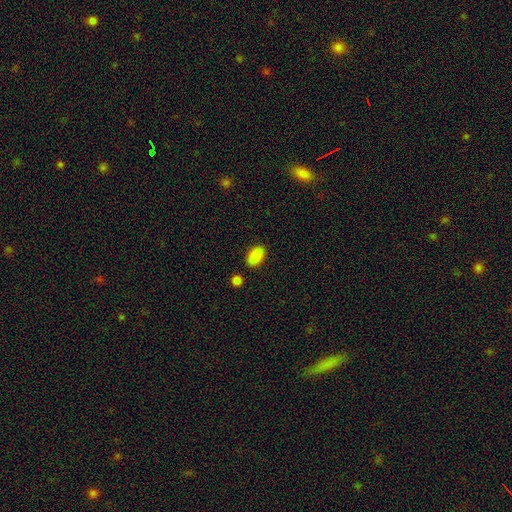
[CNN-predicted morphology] Q: Smooth or featured?
A: smooth (89%); runner-up: star or artifact (8%)
Q: How rounded?
A: in between (92%); runner-up: round (5%)
Q: Merging?
A: none (86%); runner-up: minor disturbance (9%)